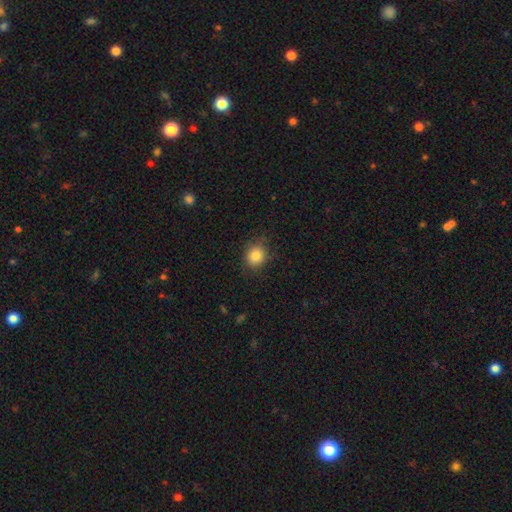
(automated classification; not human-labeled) Smooth or featured? smooth (84%)
How rounded? round (80%)
Merging? none (83%)